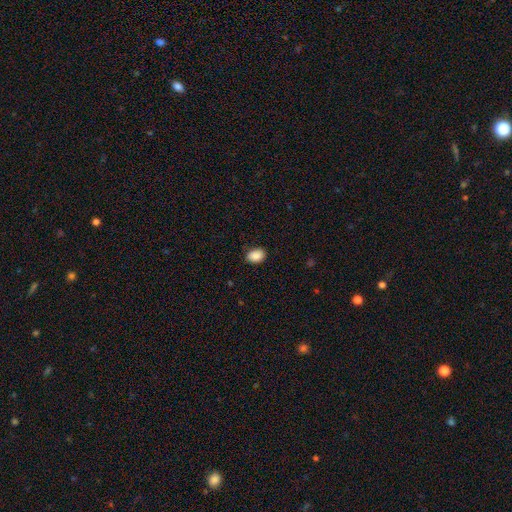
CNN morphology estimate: Smooth or featured: smooth — 89% (star or artifact — 8%)
How rounded: in between — 78% (round — 21%)
Merging: none — 86% (minor disturbance — 11%)